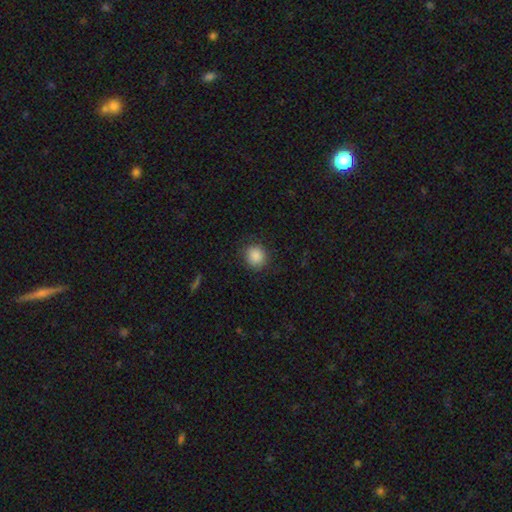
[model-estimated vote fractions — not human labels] Overall: smooth (88%). How rounded: round (87%). Merging: none (86%).